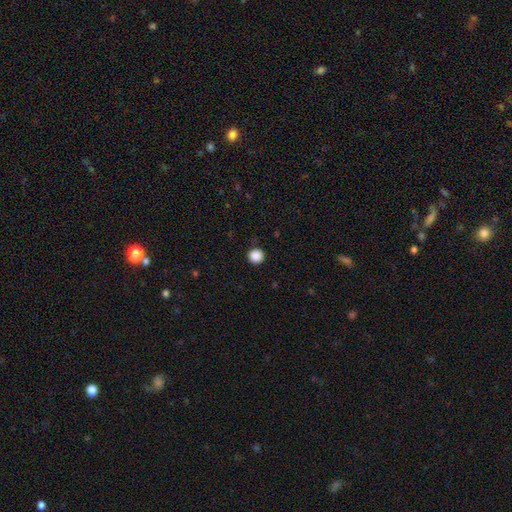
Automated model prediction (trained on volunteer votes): A smooth galaxy with no disk features (88%) that is round (95%). Merging: none (91%).